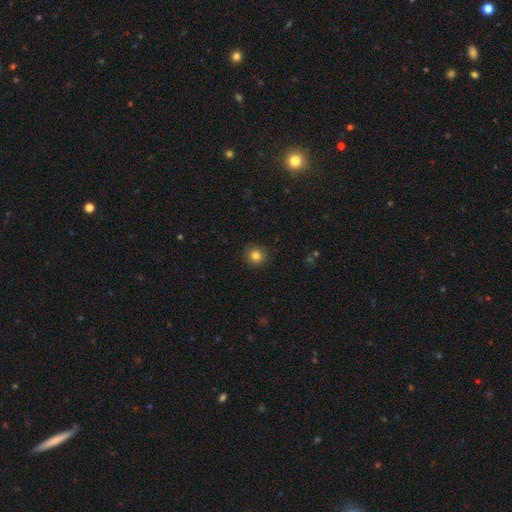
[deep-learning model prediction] Smooth or featured? smooth (83%)
How rounded? round (92%)
Merging? none (91%)